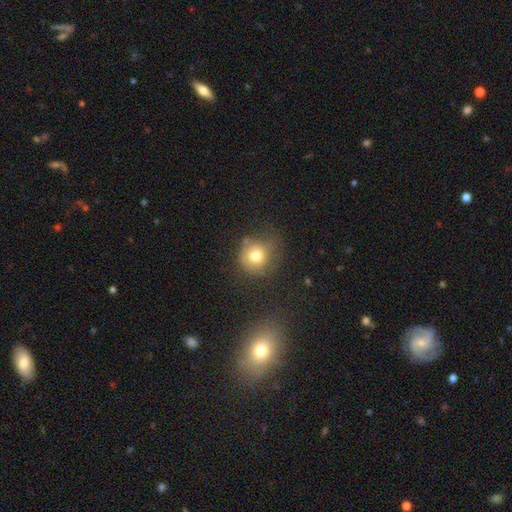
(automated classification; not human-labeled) Morphology: type=smooth (76%); roundness=round (86%); merging=none (59%).